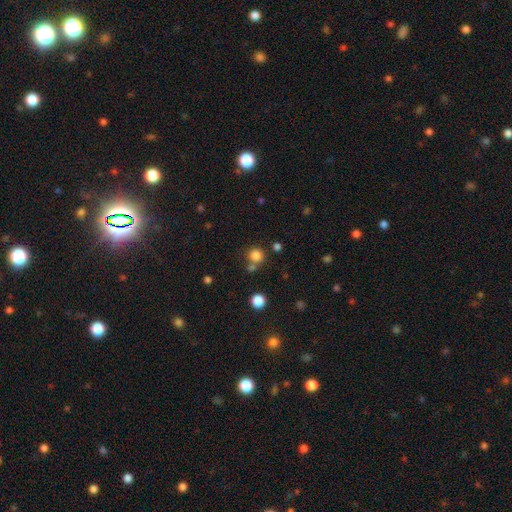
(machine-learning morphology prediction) smooth 80%, star or artifact 14%, featured or disk 5%. Down the decision tree: how rounded — round (91%); merging — none (68%).